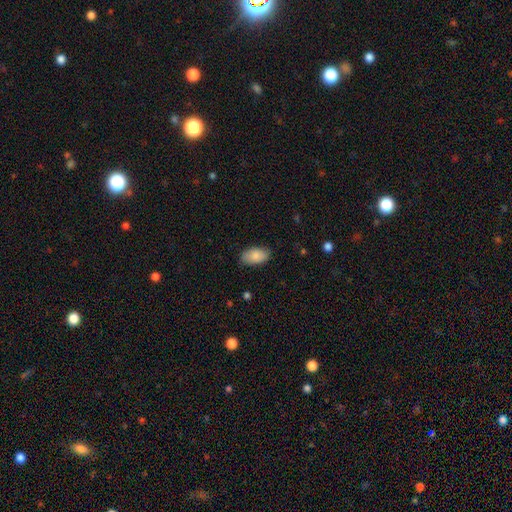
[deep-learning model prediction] Morphology: type=smooth (85%); roundness=in between (94%); merging=none (81%).